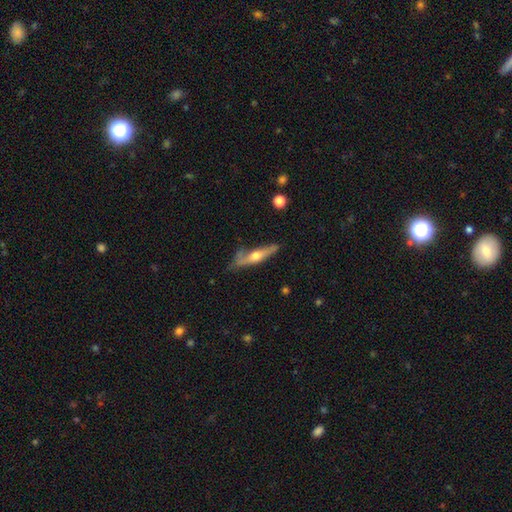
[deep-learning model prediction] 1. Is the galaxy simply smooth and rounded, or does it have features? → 59% featured or disk, 35% smooth, 6% star or artifact.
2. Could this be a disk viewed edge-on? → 84% yes, 16% no.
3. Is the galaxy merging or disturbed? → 59% none, 28% minor disturbance, 9% major disturbance, 4% merger.